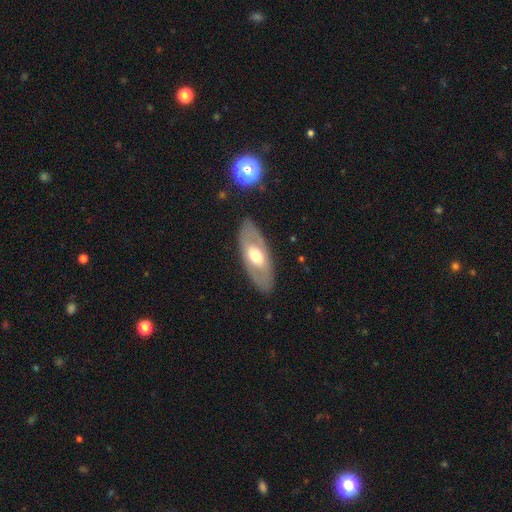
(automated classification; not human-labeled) Smooth or featured? featured or disk (53%)
Edge-on disk? no (81%)
Merging? none (84%)